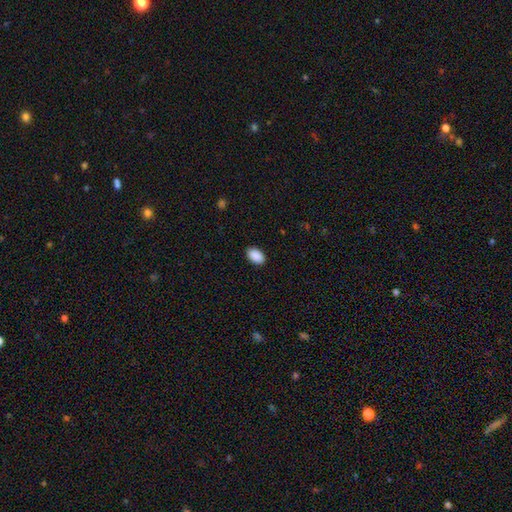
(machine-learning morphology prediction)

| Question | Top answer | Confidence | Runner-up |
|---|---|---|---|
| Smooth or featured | smooth | 91% | star or artifact (7%) |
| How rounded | in between | 91% | round (8%) |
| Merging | none | 90% | minor disturbance (7%) |